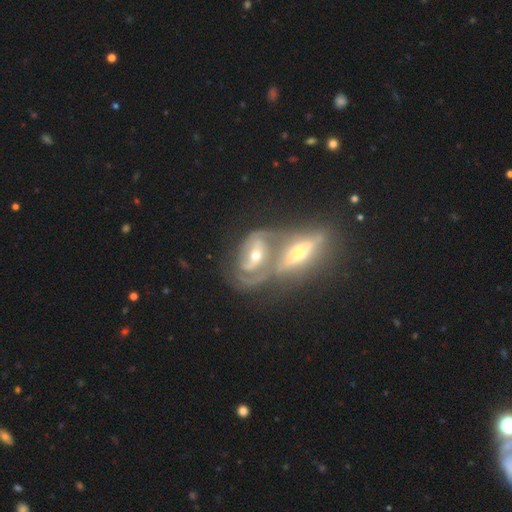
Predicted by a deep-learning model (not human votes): smooth_or_featured: featured or disk (p=0.84) [alt: smooth p=0.10]
disk_edge_on: no (p=0.86) [alt: yes p=0.14]
bar: weak (p=0.34) [alt: strong p=0.33]
has_spiral_arms: yes (p=0.91) [alt: no p=0.09]
spiral_winding: tight (p=0.48) [alt: medium p=0.39]
spiral_arm_count: 2 (p=0.69) [alt: can't tell p=0.15]
bulge_size: moderate (p=0.58) [alt: small p=0.36]
merging: merger (p=0.56) [alt: none p=0.28]